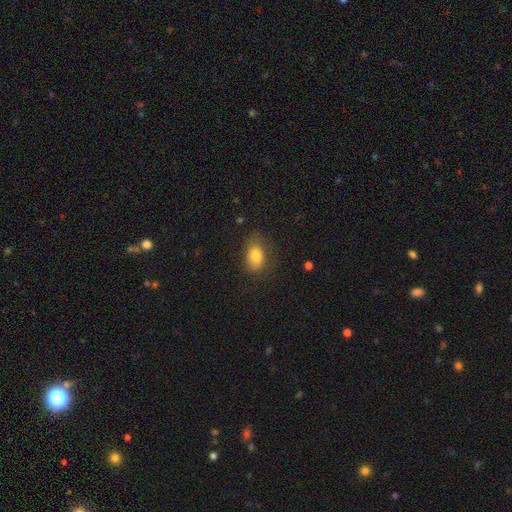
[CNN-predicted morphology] smooth 79%, featured or disk 11%, star or artifact 9%. Down the decision tree: how rounded — in between (81%); merging — none (70%).